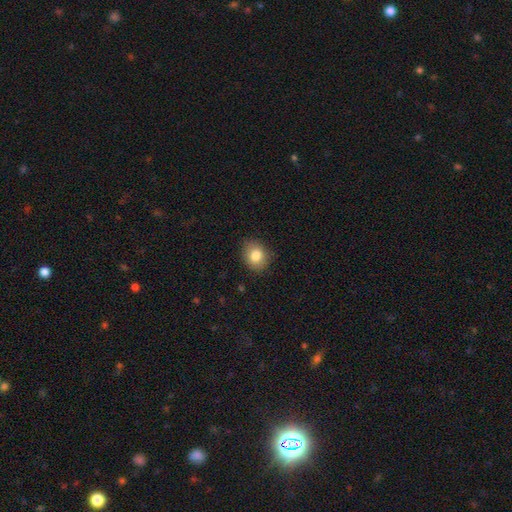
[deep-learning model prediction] Overall: smooth (82%). How rounded: round (60%; in between 39%). Merging: none (85%).